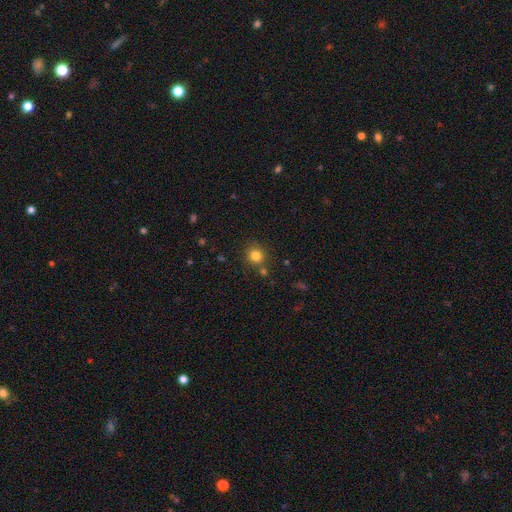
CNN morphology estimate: smooth-or-featured: smooth: 81% | star or artifact: 12% | featured or disk: 6%
  how-rounded: round: 86% | in between: 13% | cigar-shaped: 1%
  merging: none: 78% | minor disturbance: 10% | merger: 9% | major disturbance: 3%